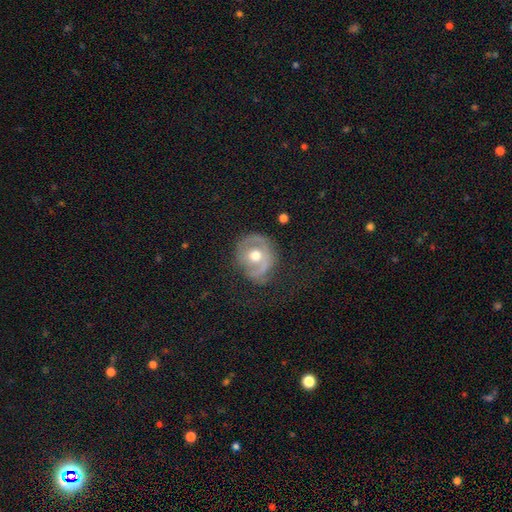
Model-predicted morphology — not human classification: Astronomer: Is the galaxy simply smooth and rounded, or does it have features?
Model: featured or disk — 61%.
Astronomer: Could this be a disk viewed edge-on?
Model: no — 95%.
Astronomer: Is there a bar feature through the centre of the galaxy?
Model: no — 72%.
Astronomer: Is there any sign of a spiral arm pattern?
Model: no — 52% (runner-up: yes, 48%).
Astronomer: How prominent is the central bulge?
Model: moderate — 76%.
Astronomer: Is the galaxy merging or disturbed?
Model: none — 62%.